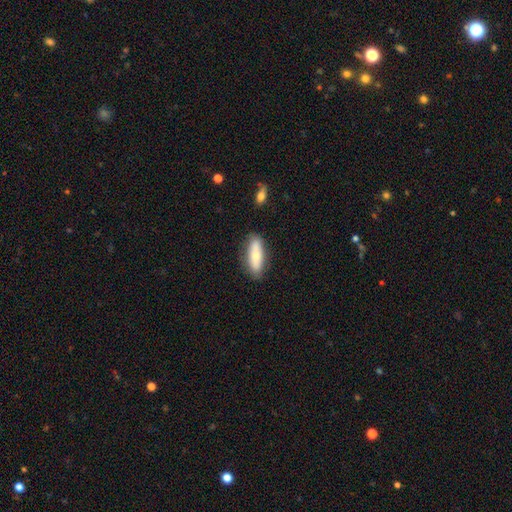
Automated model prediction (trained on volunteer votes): Overall: smooth (65%; featured or disk 28%). How rounded: in between (65%; cigar-shaped 32%). Merging: none (83%).